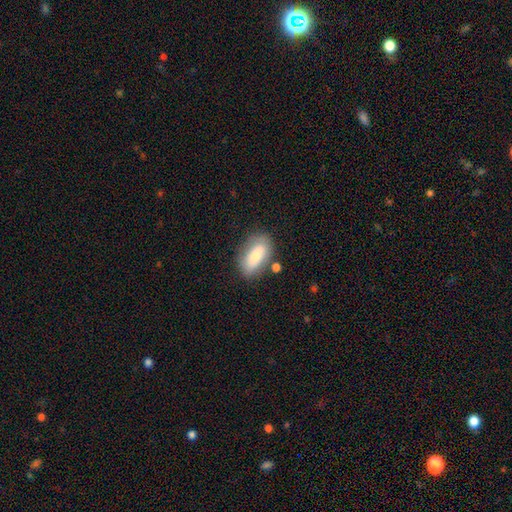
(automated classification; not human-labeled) This is likely a smooth galaxy (77%). How rounded: clearly in between (90%). Merging: likely none (71%).